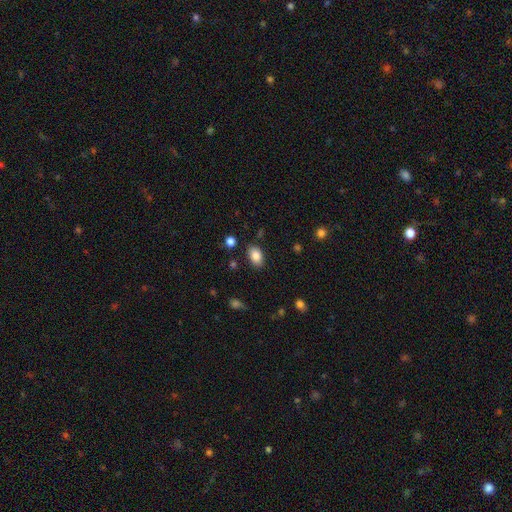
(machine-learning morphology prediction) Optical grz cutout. It shows a smooth galaxy with no disk features (85%) that is in between round and cigar-shaped (88%). Merging: none (85%).